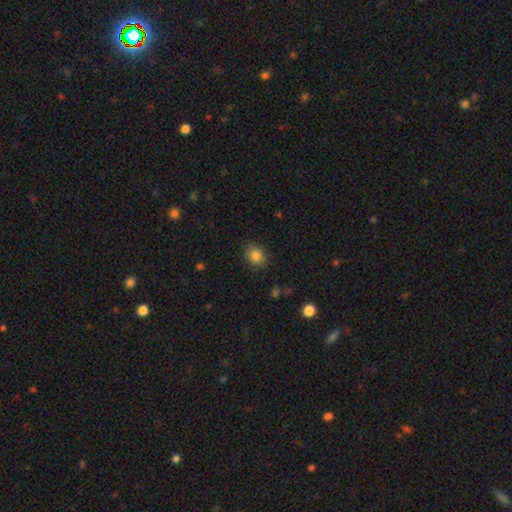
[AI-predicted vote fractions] Smooth or featured: smooth — 84% (star or artifact — 10%)
How rounded: in between — 55% (round — 44%)
Merging: none — 86% (minor disturbance — 10%)